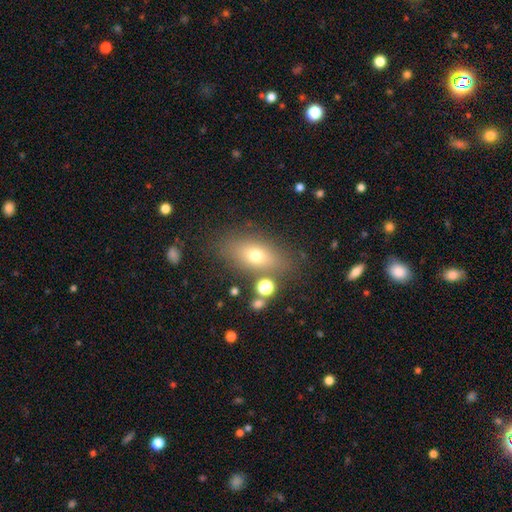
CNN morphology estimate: The model was most divided on "smooth or featured": smooth: 67%, featured or disk: 20%, star or artifact: 13%. More confident: how rounded — in between (77%); merging — none (77%).